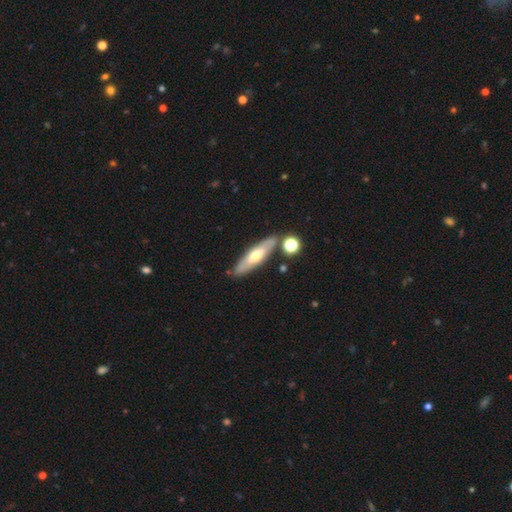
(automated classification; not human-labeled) The model was most divided on "smooth or featured": featured or disk: 50%, smooth: 44%, star or artifact: 6%. More confident: merging — none (79%).